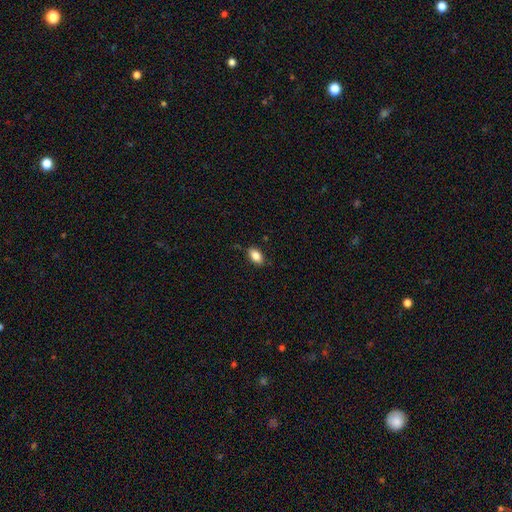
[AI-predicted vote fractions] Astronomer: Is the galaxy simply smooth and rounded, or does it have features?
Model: smooth — 85%.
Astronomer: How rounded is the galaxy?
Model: in between — 91%.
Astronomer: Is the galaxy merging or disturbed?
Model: none — 83%.